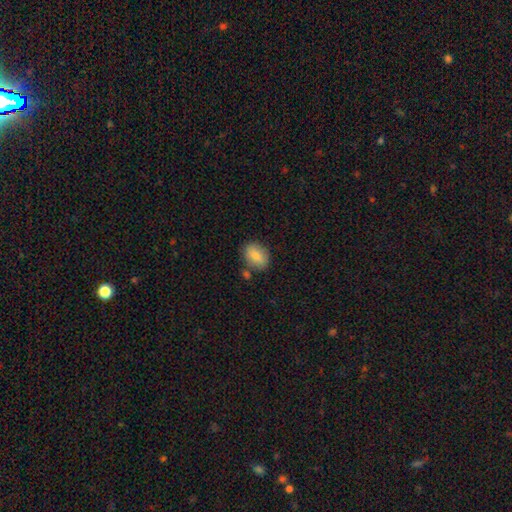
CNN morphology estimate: The model was most divided on "how rounded": in between: 76%, round: 22%, cigar-shaped: 1%. More confident: smooth or featured — smooth (82%); merging — none (76%).